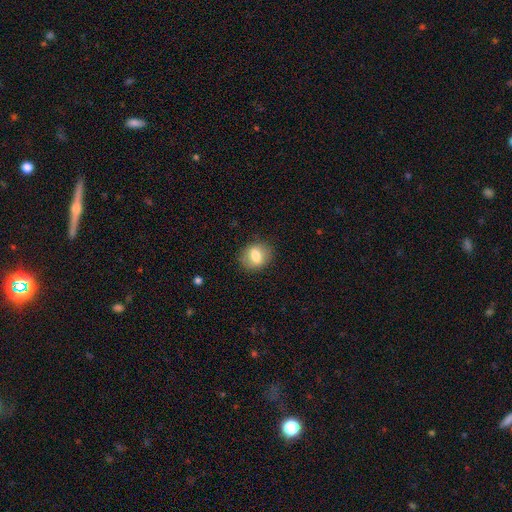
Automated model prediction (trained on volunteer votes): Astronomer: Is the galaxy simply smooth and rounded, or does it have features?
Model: smooth — 75%.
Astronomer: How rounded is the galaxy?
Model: round — 57% (runner-up: in between, 42%).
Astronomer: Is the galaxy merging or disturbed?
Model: none — 84%.